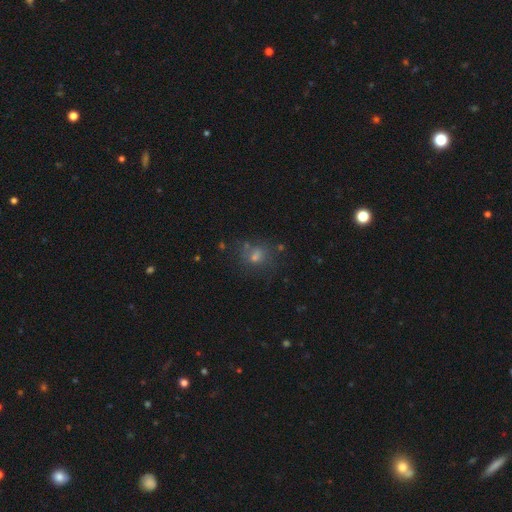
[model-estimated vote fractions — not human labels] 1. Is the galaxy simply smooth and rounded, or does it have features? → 57% smooth, 27% star or artifact, 15% featured or disk.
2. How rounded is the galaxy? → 66% round, 33% in between, 2% cigar-shaped.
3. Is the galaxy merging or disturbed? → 68% none, 17% minor disturbance, 8% major disturbance, 7% merger.